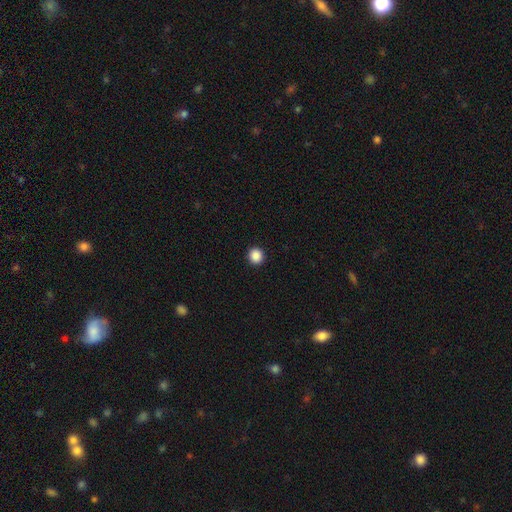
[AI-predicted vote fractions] This appears to be a smooth galaxy with no disk features (88%) that is round (93%). Merging: none (93%).